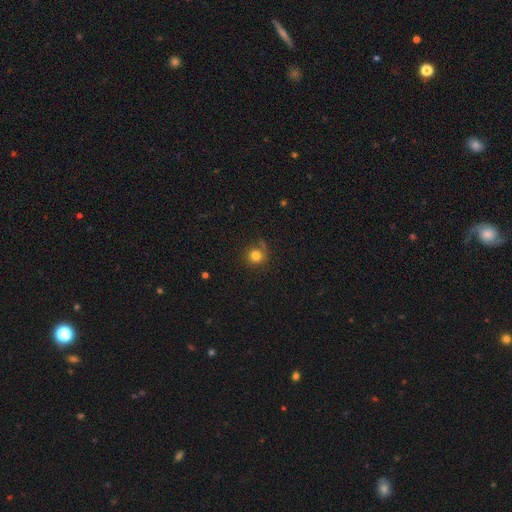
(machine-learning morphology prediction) A smooth galaxy with no disk features (79%) that is round (90%).

Vote fractions:
- Smooth or featured? smooth: 79% / star or artifact: 12% / featured or disk: 9%
- How rounded? round: 90% / in between: 9% / cigar-shaped: 1%
- Merging? none: 72% / minor disturbance: 16% / major disturbance: 8% / merger: 4%